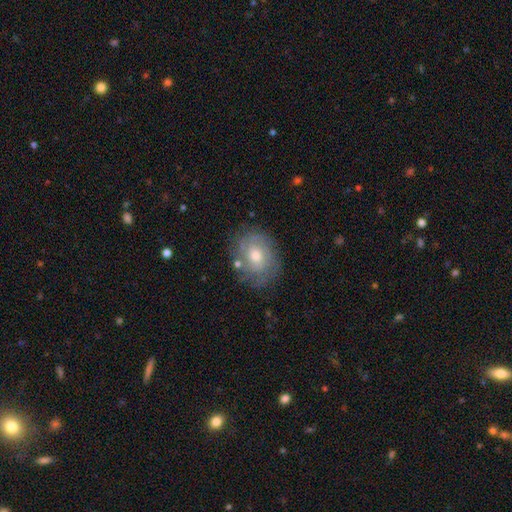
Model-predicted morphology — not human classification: type=featured or disk (62%); edge-on=no (96%); bar=no (75%); spiral arms=yes (78%); bulge=moderate (66%); merging=none (74%).